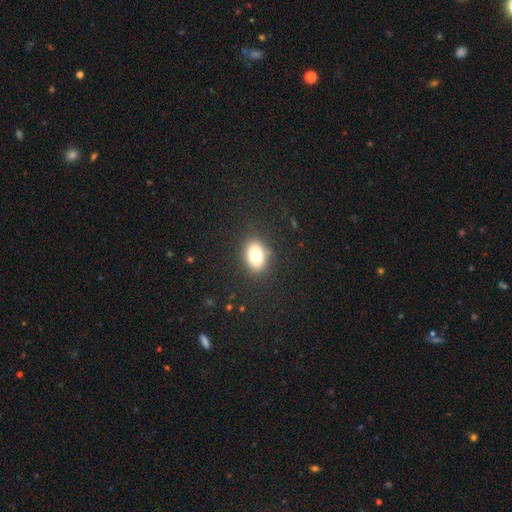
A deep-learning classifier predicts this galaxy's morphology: type=smooth (78%); roundness=in between (76%); merging=none (85%).